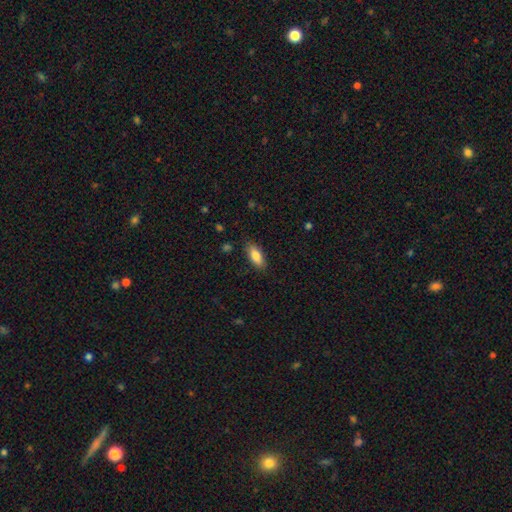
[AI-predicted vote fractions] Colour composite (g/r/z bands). It shows a smooth galaxy with no disk features (83%) that is in between round and cigar-shaped (80%). Merging: none (85%).